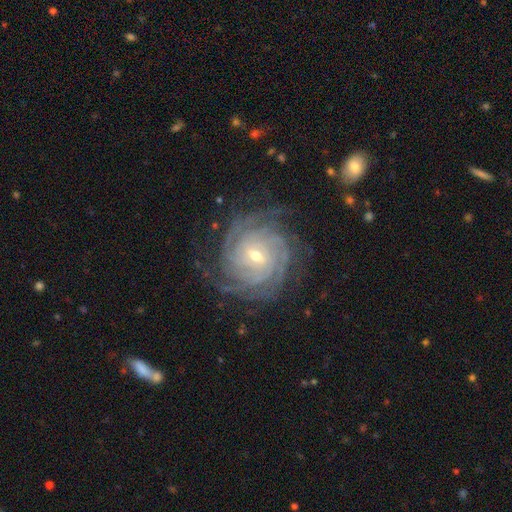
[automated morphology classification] Smooth or featured? Predicted: featured or disk (p=0.91). Edge-on disk? Predicted: no (p=0.97). Bar? Predicted: weak (p=0.47). Spiral arms? Predicted: yes (p=0.98). Spiral winding? Predicted: tight (p=0.81). Spiral arm count? Predicted: 4 (p=0.31). Bulge size? Predicted: small (p=0.55). Merging? Predicted: none (p=0.79).